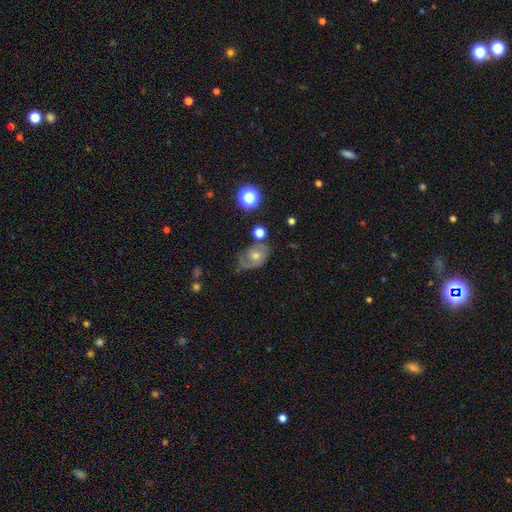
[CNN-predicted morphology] This appears to be a featured or disk galaxy (61%) with no bar (76%), spiral arms (78%) and a moderate central bulge (62%). Merging: none (53%).